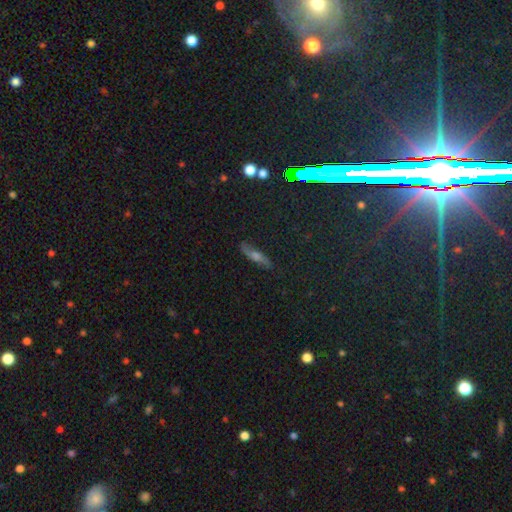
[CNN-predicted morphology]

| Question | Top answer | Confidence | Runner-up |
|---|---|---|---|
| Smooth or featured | featured or disk | 49% | smooth (32%) |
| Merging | none | 78% | minor disturbance (16%) |